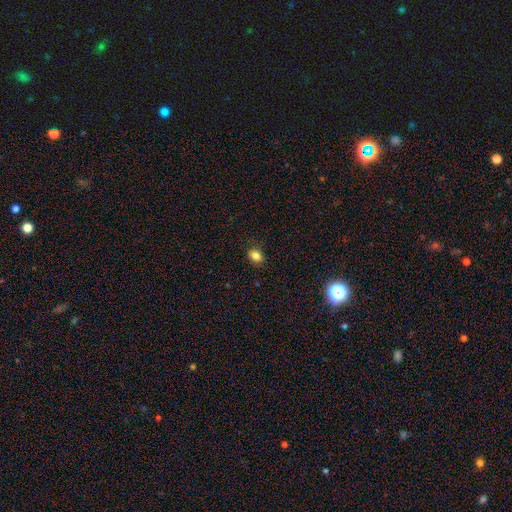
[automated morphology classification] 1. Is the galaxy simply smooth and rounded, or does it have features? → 83% smooth, 12% star or artifact, 5% featured or disk.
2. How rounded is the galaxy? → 57% in between, 42% round, 1% cigar-shaped.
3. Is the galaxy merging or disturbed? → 87% none, 10% minor disturbance, 2% major disturbance, 1% merger.